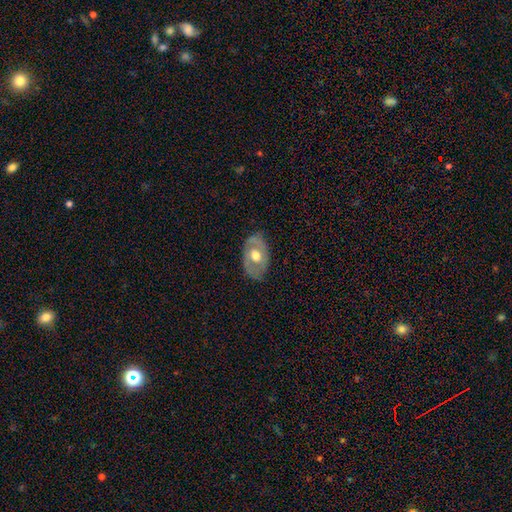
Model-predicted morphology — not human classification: type=featured or disk (54%); edge-on=no (89%); merging=none (76%).